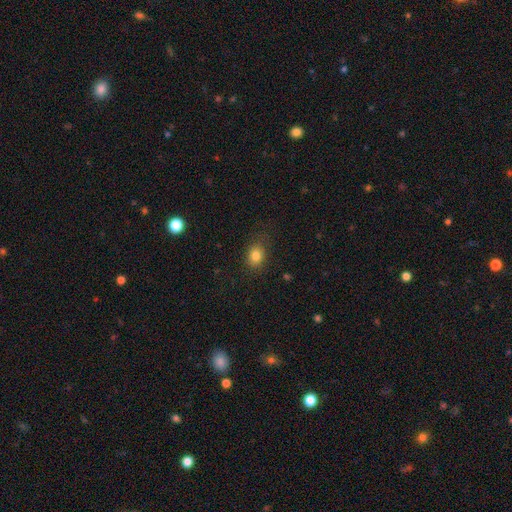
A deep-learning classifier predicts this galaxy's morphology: This appears to be a smooth galaxy with no disk features (82%) that is in between round and cigar-shaped (56%). Merging: none (77%).